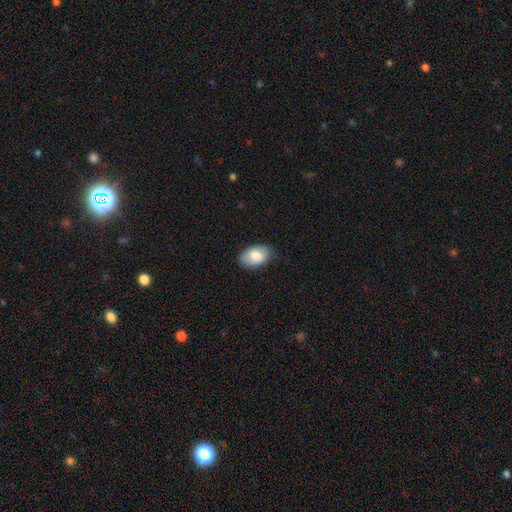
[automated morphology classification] smooth_or_featured: smooth (p=0.82) [alt: featured or disk p=0.12]
how_rounded: in between (p=0.91) [alt: round p=0.08]
merging: none (p=0.80) [alt: minor disturbance p=0.17]